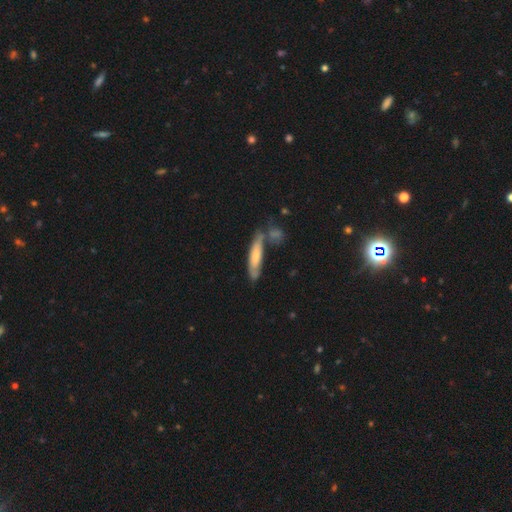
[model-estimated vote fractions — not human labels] Smooth or featured: smooth — 63% (featured or disk — 31%)
How rounded: cigar-shaped — 75% (in between — 24%)
Merging: none — 55% (merger — 19%)